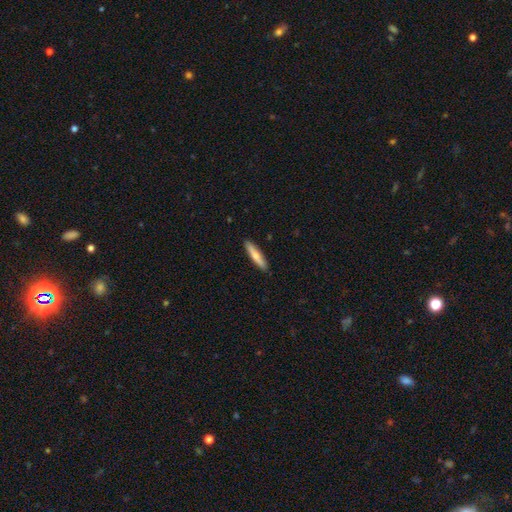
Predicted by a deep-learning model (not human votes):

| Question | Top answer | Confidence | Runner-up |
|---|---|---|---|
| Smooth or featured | smooth | 67% | featured or disk (27%) |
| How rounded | cigar-shaped | 87% | in between (11%) |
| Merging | none | 91% | minor disturbance (7%) |